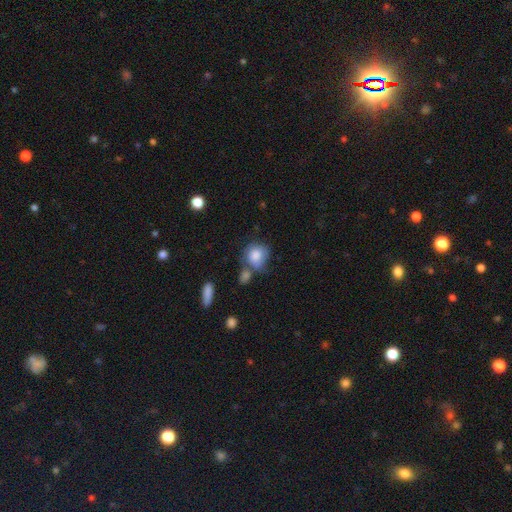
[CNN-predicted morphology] Smooth or featured?
  - smooth: 80% *
  - featured or disk: 12%
  - star or artifact: 7%
How rounded?
  - round: 68% *
  - in between: 30%
  - cigar-shaped: 1%
Merging?
  - none: 37% *
  - merger: 30%
  - minor disturbance: 22%
  - major disturbance: 11%